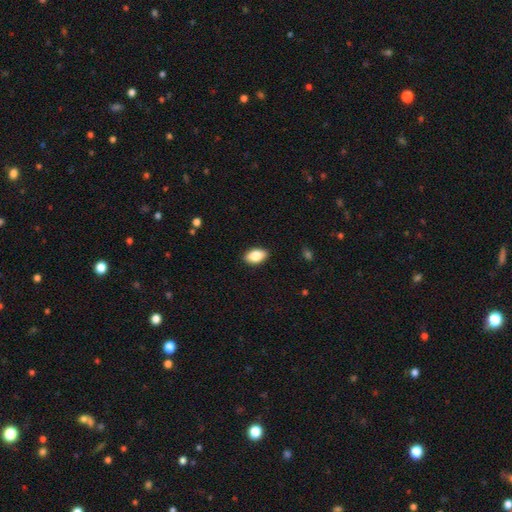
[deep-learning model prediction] Overall: smooth (85%). How rounded: in between (92%). Merging: none (89%).